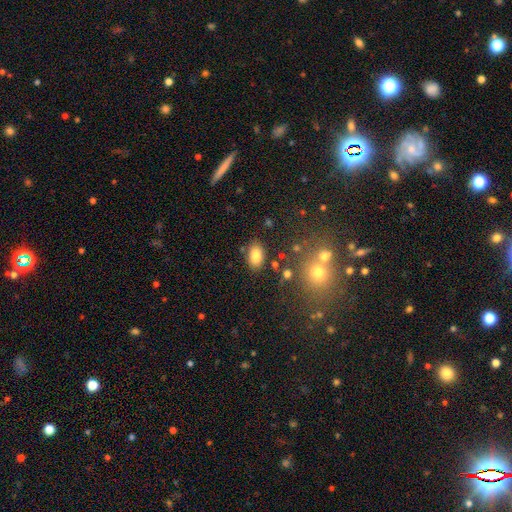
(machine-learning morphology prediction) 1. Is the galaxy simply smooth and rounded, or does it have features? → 83% smooth, 9% star or artifact, 8% featured or disk.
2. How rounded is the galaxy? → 91% in between, 8% round, 2% cigar-shaped.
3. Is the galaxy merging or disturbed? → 82% none, 10% minor disturbance, 5% merger, 3% major disturbance.